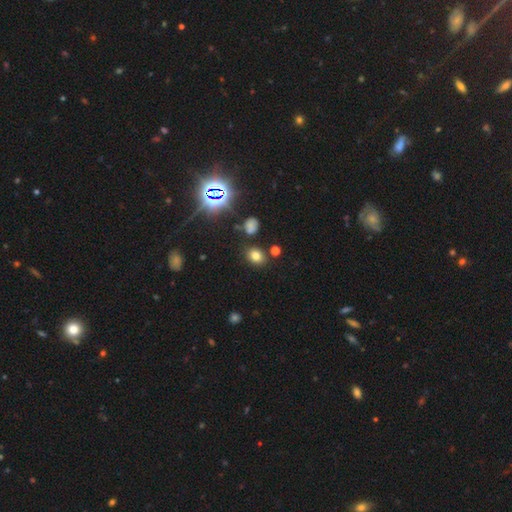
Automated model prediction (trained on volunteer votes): Smooth or featured: smooth — 72% (star or artifact — 20%)
How rounded: in between — 53% (round — 46%)
Merging: none — 81% (minor disturbance — 10%)